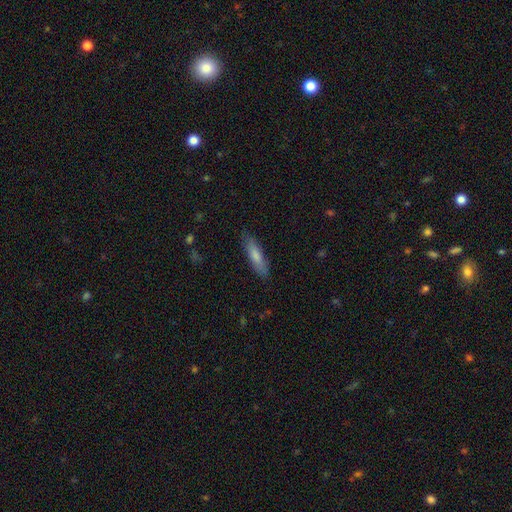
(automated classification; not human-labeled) Smooth or featured: smooth — 78% (featured or disk — 16%)
How rounded: cigar-shaped — 67% (in between — 32%)
Merging: none — 84% (minor disturbance — 13%)